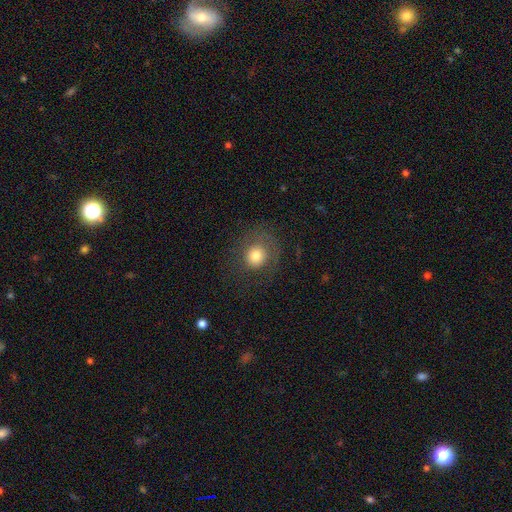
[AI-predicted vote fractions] smooth 74%, featured or disk 15%, star or artifact 11%. Down the decision tree: how rounded — round (81%); merging — none (71%).